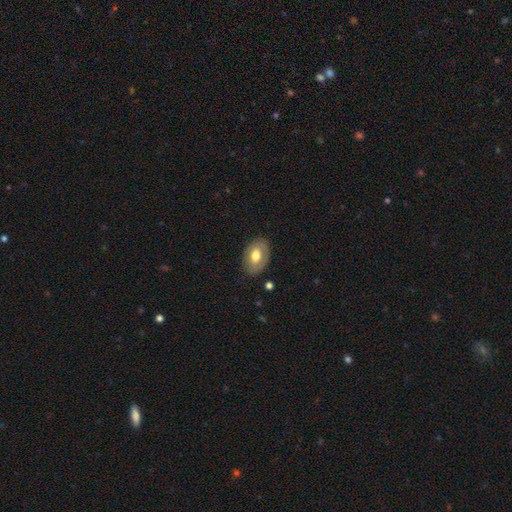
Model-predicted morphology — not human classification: Smooth or featured: smooth — 64% (featured or disk — 30%)
How rounded: in between — 86% (round — 12%)
Merging: none — 82% (minor disturbance — 14%)